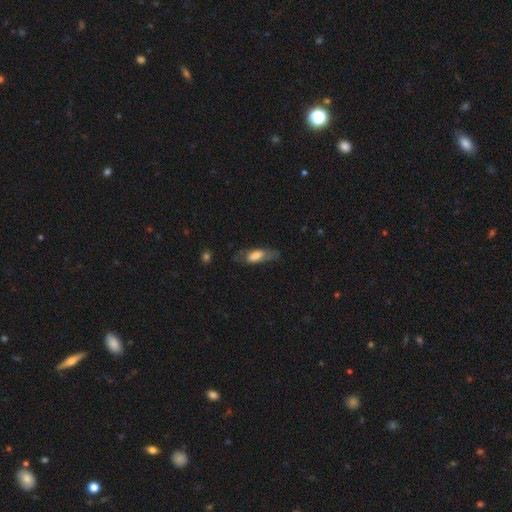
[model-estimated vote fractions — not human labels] Smooth or featured? smooth (61%)
How rounded? in between (66%)
Merging? none (57%)